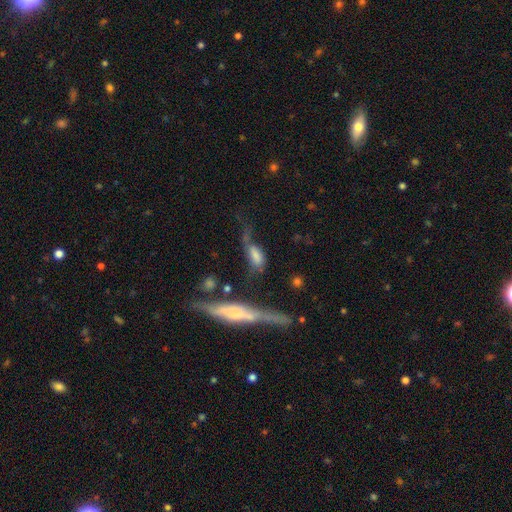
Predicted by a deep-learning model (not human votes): Smooth or featured? Predicted: smooth (p=0.55). How rounded? Predicted: in between (p=0.76). Merging? Predicted: major disturbance (p=0.35).